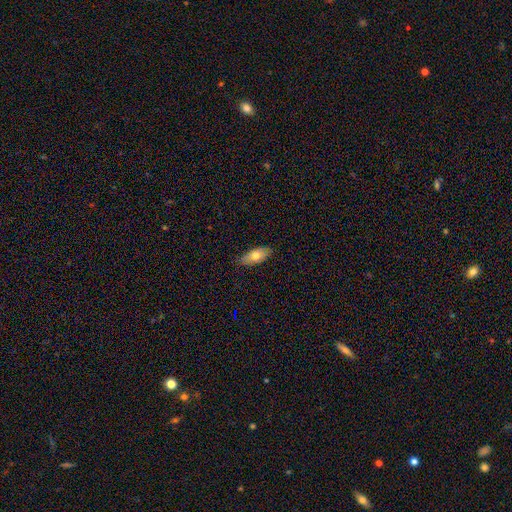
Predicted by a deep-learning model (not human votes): smooth-or-featured: smooth: 71% | featured or disk: 23% | star or artifact: 7%
  how-rounded: in between: 85% | cigar-shaped: 12% | round: 3%
  merging: none: 85% | minor disturbance: 12% | major disturbance: 2% | merger: 1%